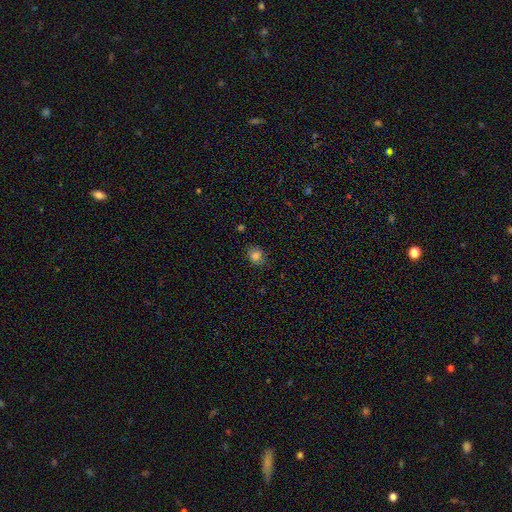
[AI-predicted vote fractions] This appears to be a smooth galaxy with no disk features (81%) that is round (68%). Merging: none (83%).